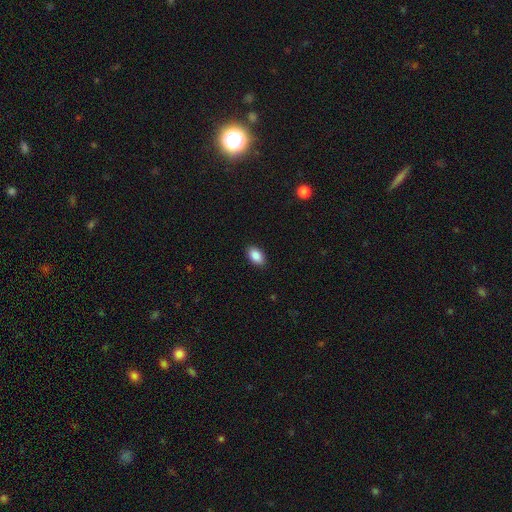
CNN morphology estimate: Q: Smooth or featured?
A: smooth (89%); runner-up: star or artifact (7%)
Q: How rounded?
A: in between (92%); runner-up: round (6%)
Q: Merging?
A: none (89%); runner-up: minor disturbance (8%)